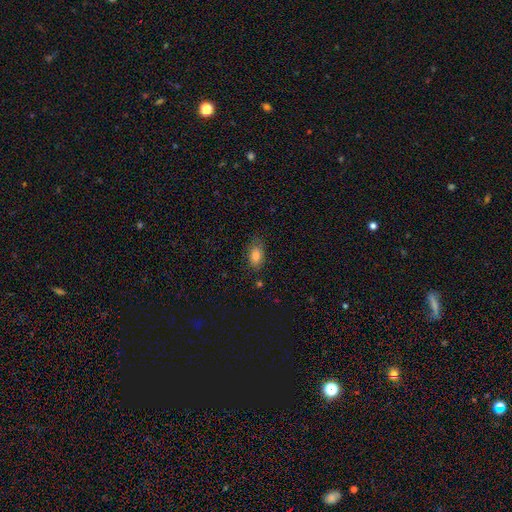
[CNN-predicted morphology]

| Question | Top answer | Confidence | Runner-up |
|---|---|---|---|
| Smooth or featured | smooth | 83% | star or artifact (9%) |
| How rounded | in between | 88% | round (9%) |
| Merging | none | 77% | minor disturbance (18%) |